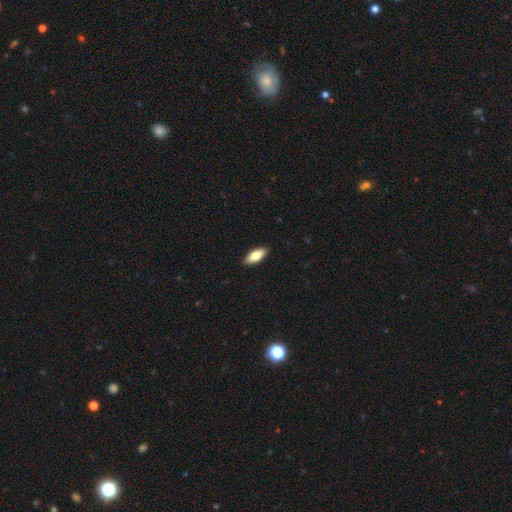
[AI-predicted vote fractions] The model was most divided on "how rounded": in between: 79%, cigar-shaped: 19%, round: 2%. More confident: merging — none (90%); smooth or featured — smooth (78%).